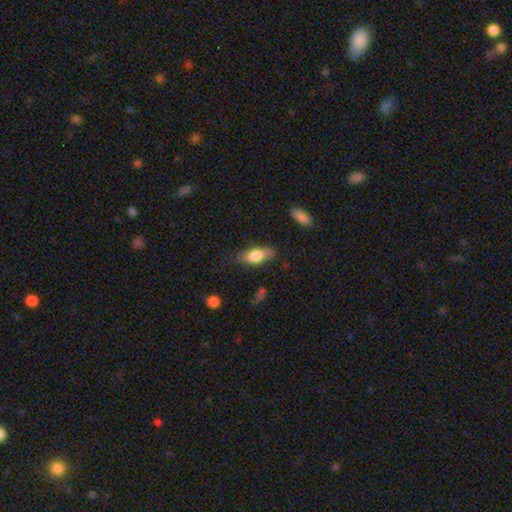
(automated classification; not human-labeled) Q: Smooth or featured?
A: smooth (75%); runner-up: featured or disk (19%)
Q: How rounded?
A: in between (80%); runner-up: cigar-shaped (17%)
Q: Merging?
A: none (69%); runner-up: minor disturbance (23%)